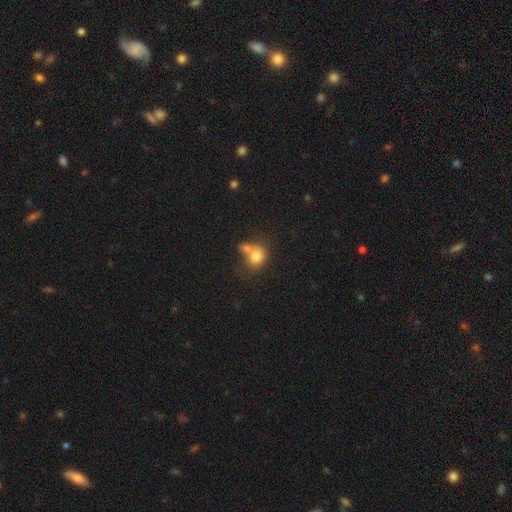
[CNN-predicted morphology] Smooth or featured?
  - smooth: 76% *
  - featured or disk: 14%
  - star or artifact: 10%
How rounded?
  - round: 60% *
  - in between: 38%
  - cigar-shaped: 1%
Merging?
  - merger: 50% *
  - none: 30%
  - minor disturbance: 13%
  - major disturbance: 8%